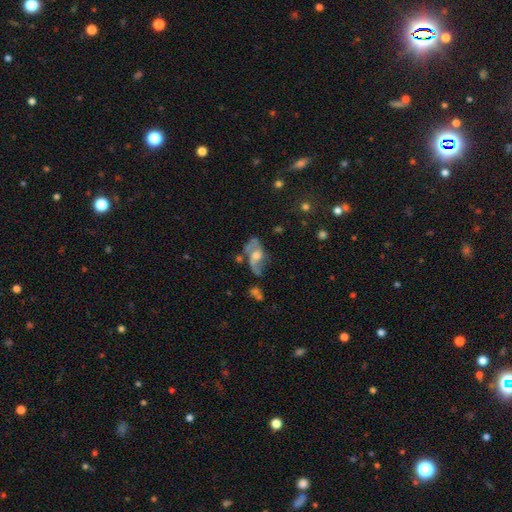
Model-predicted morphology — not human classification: Q: Smooth or featured?
A: featured or disk (74%); runner-up: smooth (16%)
Q: Edge-on disk?
A: no (94%); runner-up: yes (6%)
Q: Bar?
A: no (60%); runner-up: weak (33%)
Q: Spiral arms?
A: yes (82%); runner-up: no (18%)
Q: Spiral winding?
A: loose (52%); runner-up: medium (37%)
Q: Spiral arm count?
A: 2 (75%); runner-up: can't tell (11%)
Q: Bulge size?
A: moderate (60%); runner-up: small (20%)
Q: Merging?
A: none (45%); runner-up: major disturbance (24%)